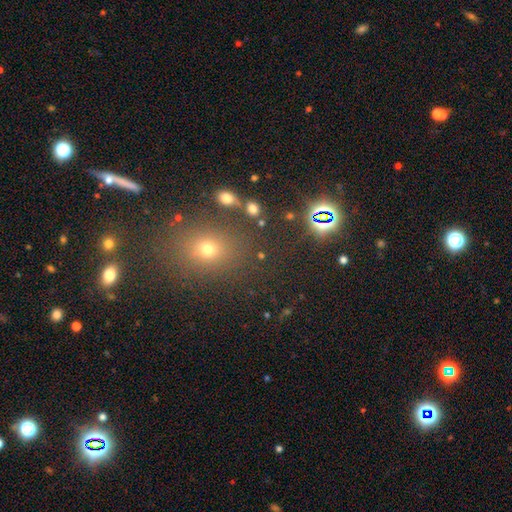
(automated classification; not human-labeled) smooth_or_featured: smooth (p=0.49) [alt: star or artifact p=0.40]
merging: none (p=0.84) [alt: minor disturbance p=0.08]